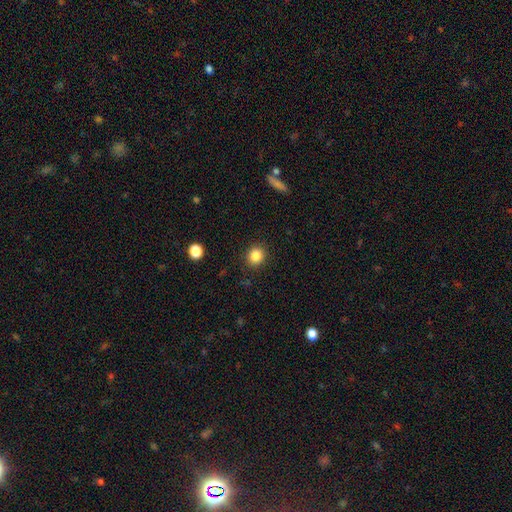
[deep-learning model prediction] Smooth or featured? Predicted: smooth (p=0.85). How rounded? Predicted: round (p=0.80). Merging? Predicted: none (p=0.89).